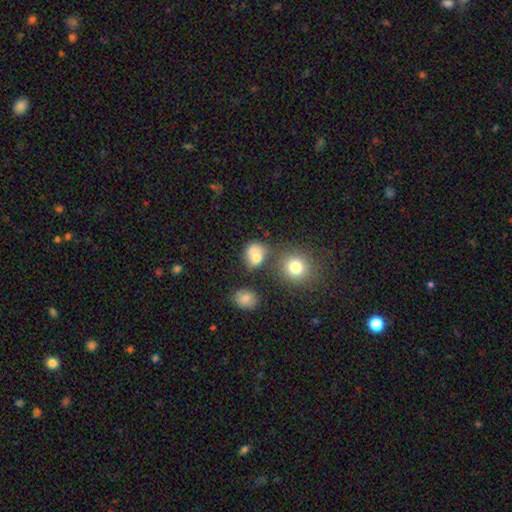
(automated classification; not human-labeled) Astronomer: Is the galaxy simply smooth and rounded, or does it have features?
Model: smooth — 74%.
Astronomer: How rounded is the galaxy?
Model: round — 65%.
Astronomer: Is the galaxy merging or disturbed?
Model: none — 44% (runner-up: merger, 32%).